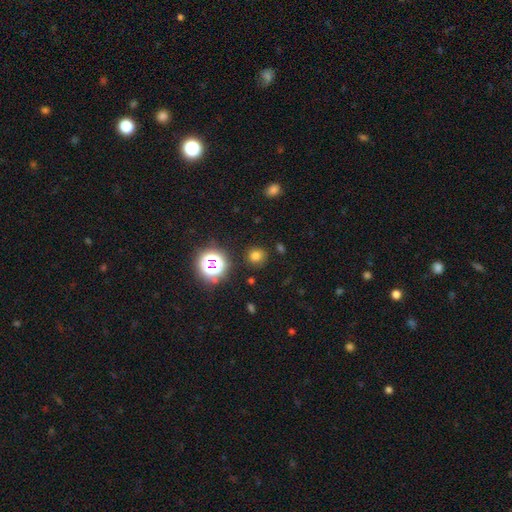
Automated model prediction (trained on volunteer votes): Smooth or featured? Predicted: smooth (p=0.71). How rounded? Predicted: round (p=0.86). Merging? Predicted: none (p=0.85).